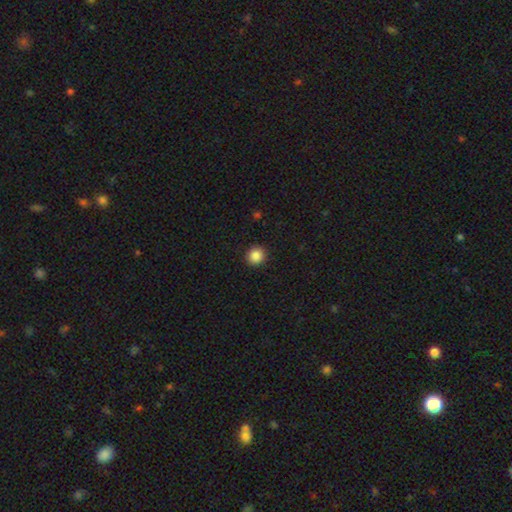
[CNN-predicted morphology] This appears to be a smooth galaxy with no disk features (87%) that is round (90%). Merging: none (92%).